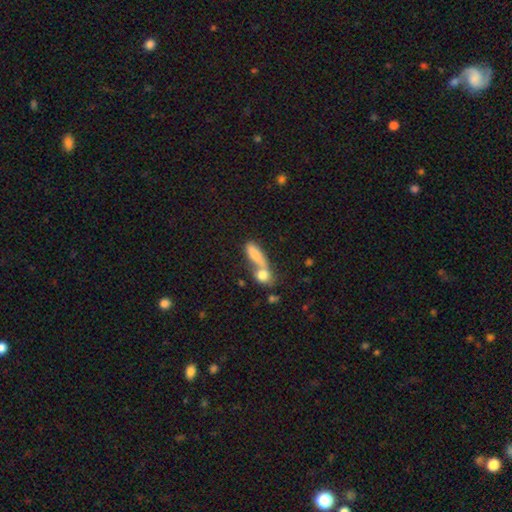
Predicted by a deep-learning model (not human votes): smooth_or_featured: smooth (p=0.75) [alt: featured or disk p=0.16]
how_rounded: in between (p=0.54) [alt: cigar-shaped p=0.35]
merging: merger (p=0.60) [alt: none p=0.24]